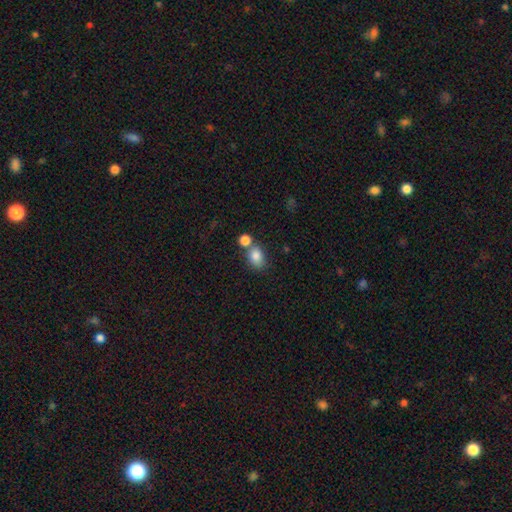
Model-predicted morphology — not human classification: smooth-or-featured: smooth: 84% | star or artifact: 10% | featured or disk: 7%
  how-rounded: in between: 65% | round: 34% | cigar-shaped: 1%
  merging: none: 50% | merger: 32% | minor disturbance: 13% | major disturbance: 5%